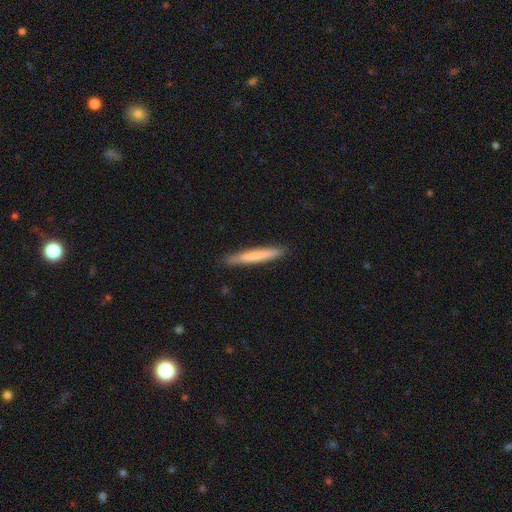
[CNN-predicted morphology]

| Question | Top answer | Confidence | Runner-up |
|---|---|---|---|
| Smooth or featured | smooth | 71% | featured or disk (24%) |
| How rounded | cigar-shaped | 96% | in between (3%) |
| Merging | none | 89% | minor disturbance (8%) |